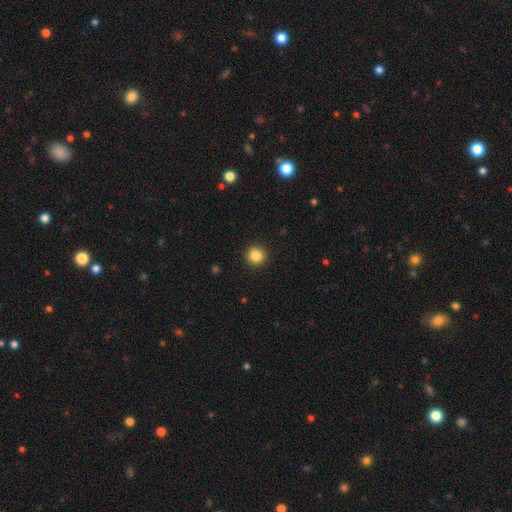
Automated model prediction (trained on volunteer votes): The model was most divided on "smooth or featured": smooth: 85%, star or artifact: 10%, featured or disk: 4%. More confident: how rounded — round (95%); merging — none (93%).